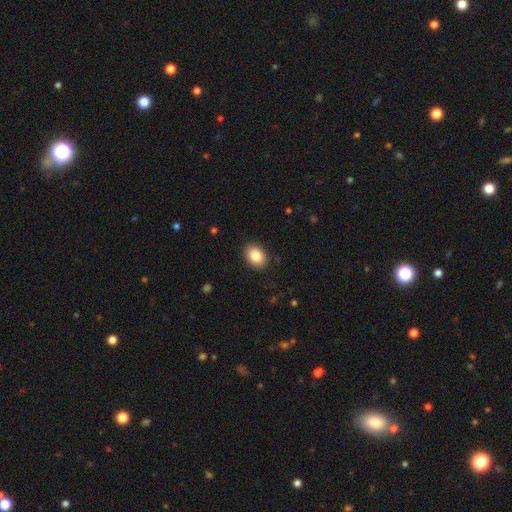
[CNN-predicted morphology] A smooth galaxy with no disk features (85%) that is in between round and cigar-shaped (72%). Merging: none (89%).